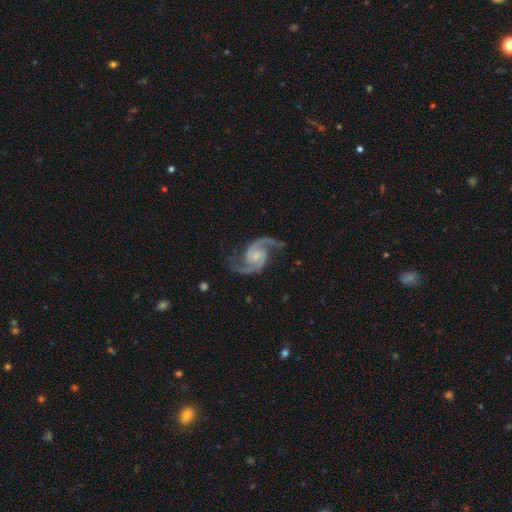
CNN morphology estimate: smooth_or_featured: featured or disk (p=0.94) [alt: star or artifact p=0.04]
disk_edge_on: no (p=0.98) [alt: yes p=0.02]
bar: no (p=0.54) [alt: weak p=0.37]
has_spiral_arms: yes (p=0.99) [alt: no p=0.01]
spiral_winding: medium (p=0.60) [alt: loose p=0.27]
spiral_arm_count: 2 (p=0.95) [alt: 3 p=0.01]
bulge_size: small (p=0.53) [alt: moderate p=0.23]
merging: none (p=0.78) [alt: minor disturbance p=0.14]